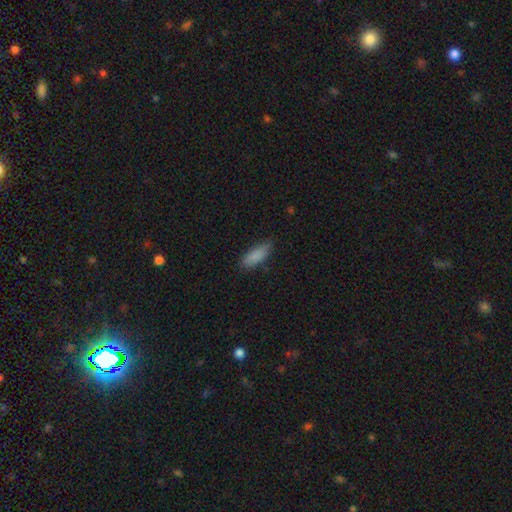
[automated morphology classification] A smooth galaxy with no disk features (87%) that is in between round and cigar-shaped (69%).

Vote fractions:
- Smooth or featured? smooth: 87% / star or artifact: 7% / featured or disk: 6%
- How rounded? in between: 69% / cigar-shaped: 30% / round: 2%
- Merging? none: 77% / minor disturbance: 18% / major disturbance: 3% / merger: 1%